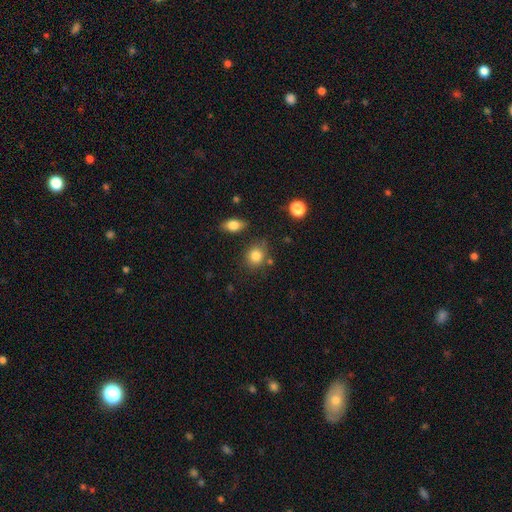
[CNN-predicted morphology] Overall: smooth (84%). How rounded: round (72%). Merging: none (72%).